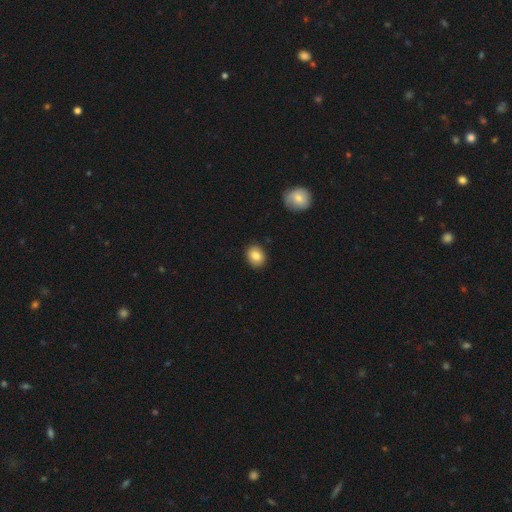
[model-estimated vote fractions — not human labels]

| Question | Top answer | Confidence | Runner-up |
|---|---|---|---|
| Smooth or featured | smooth | 84% | star or artifact (8%) |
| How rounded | round | 54% | in between (45%) |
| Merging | none | 90% | minor disturbance (7%) |